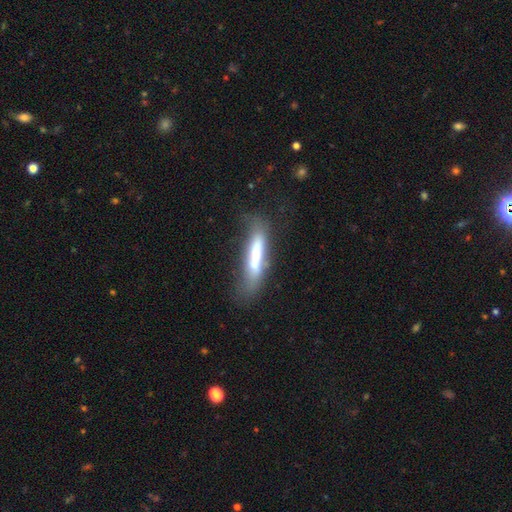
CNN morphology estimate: Smooth or featured? smooth (53%)
How rounded? cigar-shaped (77%)
Merging? none (42%)